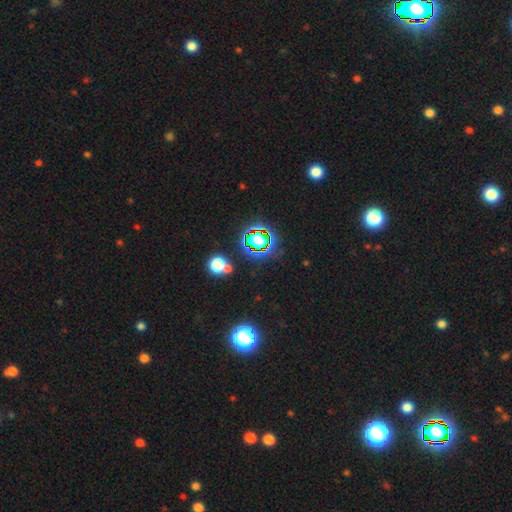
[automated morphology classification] smooth-or-featured: star or artifact: 78% | smooth: 14% | featured or disk: 8%